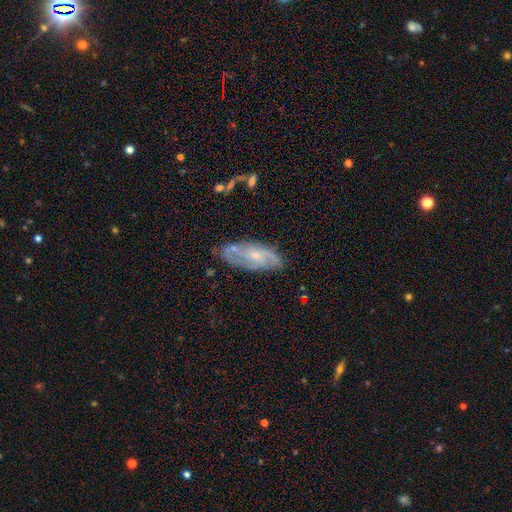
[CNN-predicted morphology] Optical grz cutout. It shows a featured or disk galaxy (76%) with no bar (60%), 2 (45%) medium (44%) spiral arms (91%) and a small central bulge (70%). Merging: none (73%).